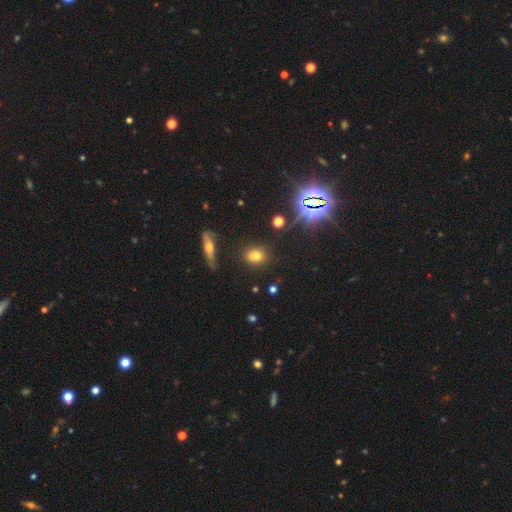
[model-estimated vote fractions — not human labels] This appears to be a smooth galaxy with no disk features (65%) that is round (50%). Merging: none (78%).